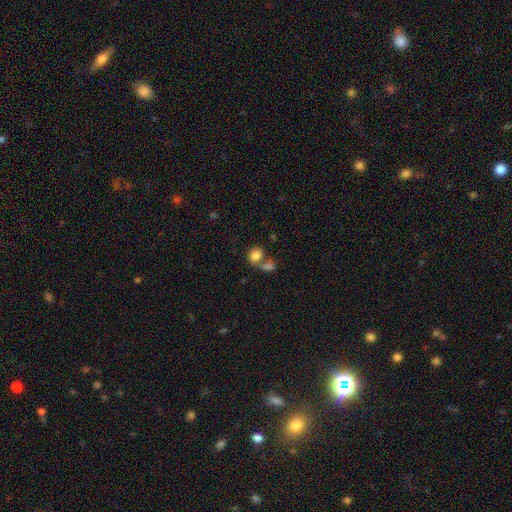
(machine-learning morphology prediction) The model was most divided on "how rounded": round: 50%, in between: 49%, cigar-shaped: 1%. Remaining: smooth or featured — smooth (82%); merging — merger (46%).